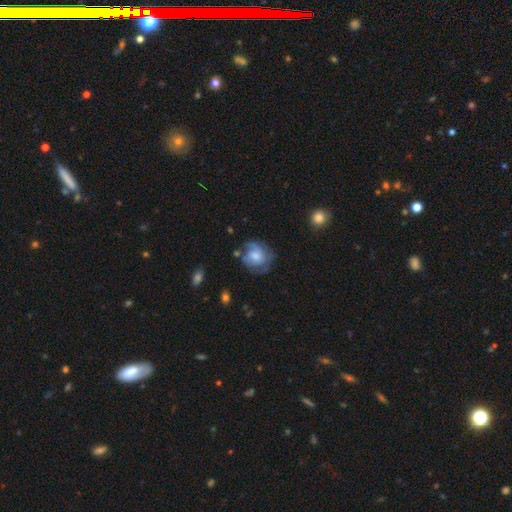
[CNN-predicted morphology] The model was most divided on "smooth or featured": featured or disk: 53%, smooth: 39%, star or artifact: 8%. Remaining: edge-on disk — no (97%); spiral arms — yes (78%); bar — no (69%); merging — none (55%); bulge size — moderate (46%).